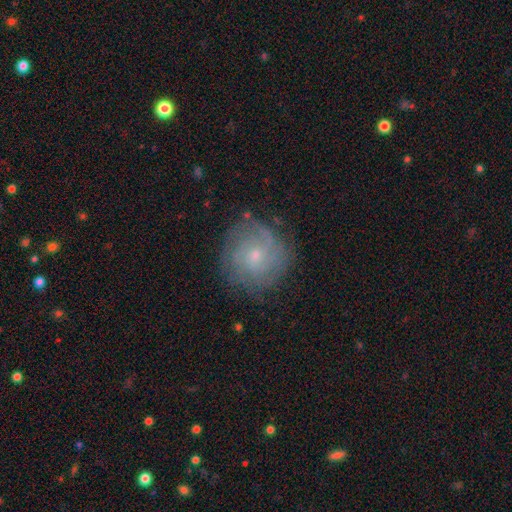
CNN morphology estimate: Smooth or featured?
  - featured or disk: 67% *
  - smooth: 24%
  - star or artifact: 9%
Edge-on disk?
  - no: 97% *
  - yes: 3%
Bar?
  - no: 72% *
  - weak: 25%
  - strong: 3%
Spiral arms?
  - yes: 88% *
  - no: 12%
Spiral winding?
  - tight: 63% *
  - medium: 28%
  - loose: 9%
Spiral arm count?
  - can't tell: 45% *
  - 3: 17%
  - 2: 15%
  - 4: 11%
  - 1: 6%
  - more than 4: 6%
Bulge size?
  - small: 67% *
  - moderate: 29%
  - none: 2%
  - large: 1%
  - dominant: 1%
Merging?
  - none: 77% *
  - minor disturbance: 16%
  - major disturbance: 6%
  - merger: 1%